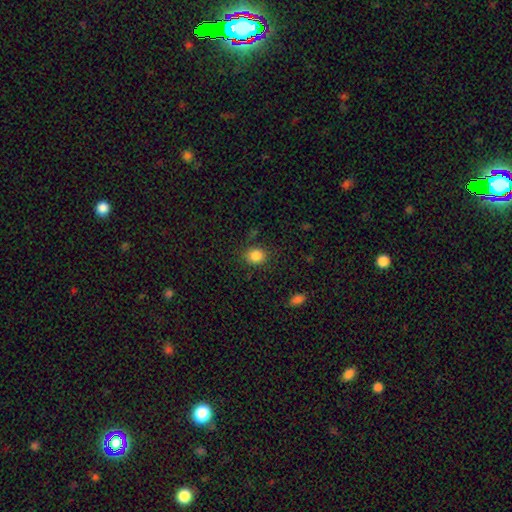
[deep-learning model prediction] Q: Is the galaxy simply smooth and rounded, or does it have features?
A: smooth — 85%.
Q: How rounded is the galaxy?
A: round — 71%.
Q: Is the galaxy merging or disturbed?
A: none — 83%.